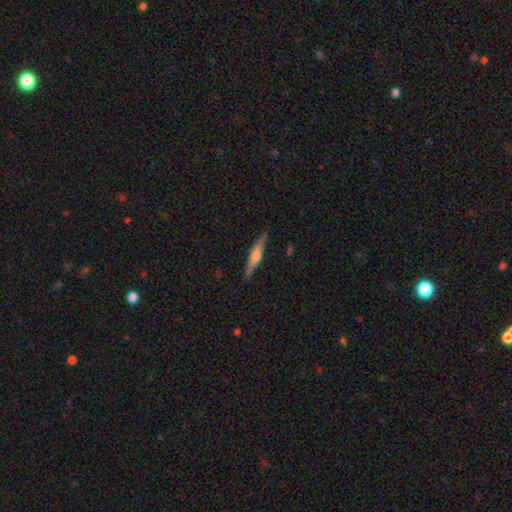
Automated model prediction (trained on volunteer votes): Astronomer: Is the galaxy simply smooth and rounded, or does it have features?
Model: featured or disk — 61%.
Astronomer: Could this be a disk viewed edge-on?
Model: yes — 97%.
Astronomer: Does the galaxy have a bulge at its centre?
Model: rounded — 81%.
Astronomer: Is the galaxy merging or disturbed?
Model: none — 89%.